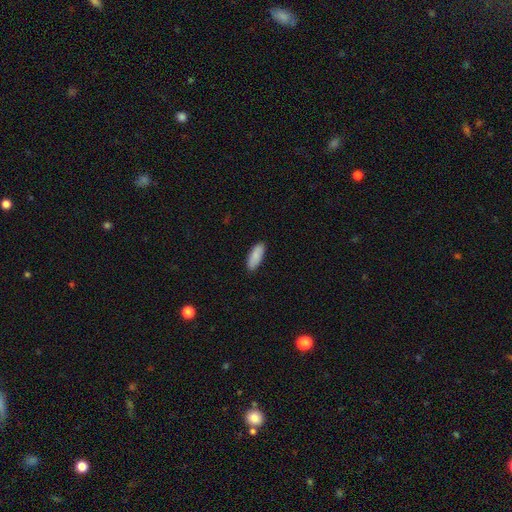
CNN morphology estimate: smooth-or-featured: smooth: 87% | featured or disk: 7% | star or artifact: 6%
  how-rounded: in between: 76% | cigar-shaped: 23% | round: 2%
  merging: none: 88% | minor disturbance: 9% | major disturbance: 2% | merger: 1%